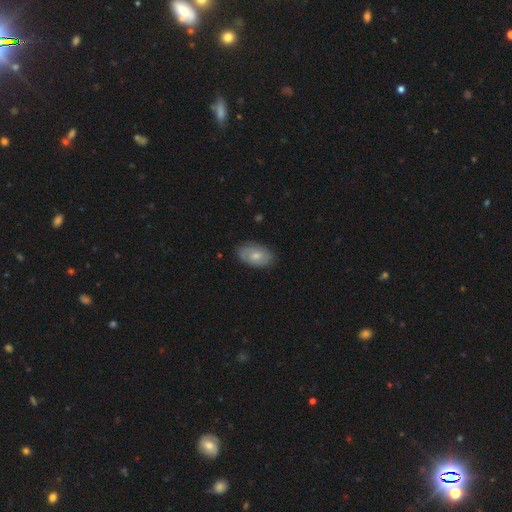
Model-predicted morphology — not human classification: smooth 63%, featured or disk 31%, star or artifact 6%. Down the decision tree: how rounded — in between (92%); merging — none (81%).